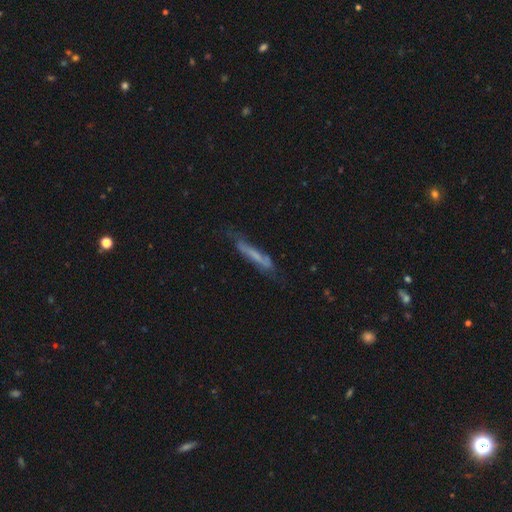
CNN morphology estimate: This appears to be a featured or disk galaxy (48%). Merging: none (60%).